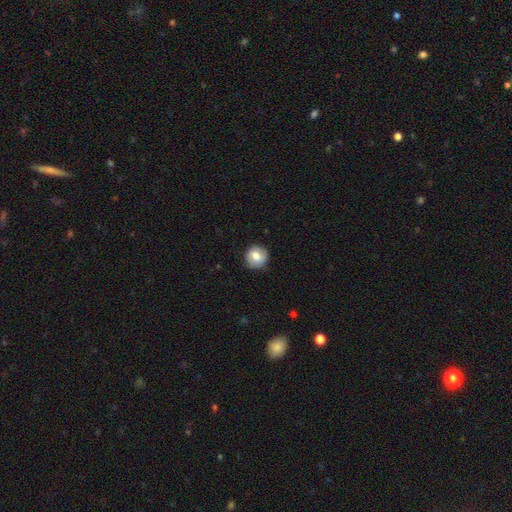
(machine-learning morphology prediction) A smooth galaxy with no disk features (77%) that is round (90%).

Vote fractions:
- Smooth or featured? smooth: 77% / featured or disk: 16% / star or artifact: 8%
- How rounded? round: 90% / in between: 9% / cigar-shaped: 1%
- Merging? none: 86% / minor disturbance: 10% / major disturbance: 2% / merger: 1%